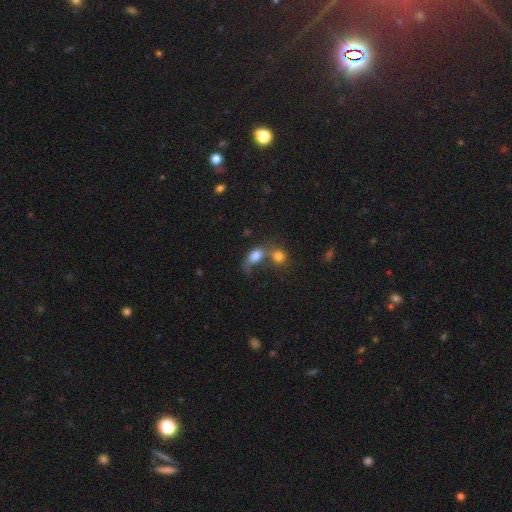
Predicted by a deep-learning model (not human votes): smooth_or_featured: smooth (p=0.75) [alt: featured or disk p=0.15]
how_rounded: in between (p=0.71) [alt: round p=0.24]
merging: merger (p=0.53) [alt: none p=0.21]